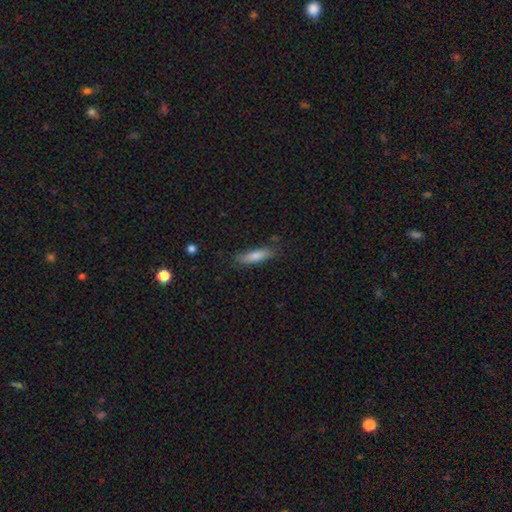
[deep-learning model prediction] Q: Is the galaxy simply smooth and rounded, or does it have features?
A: smooth — 77%.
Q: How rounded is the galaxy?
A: cigar-shaped — 71%.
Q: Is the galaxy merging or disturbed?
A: none — 80%.